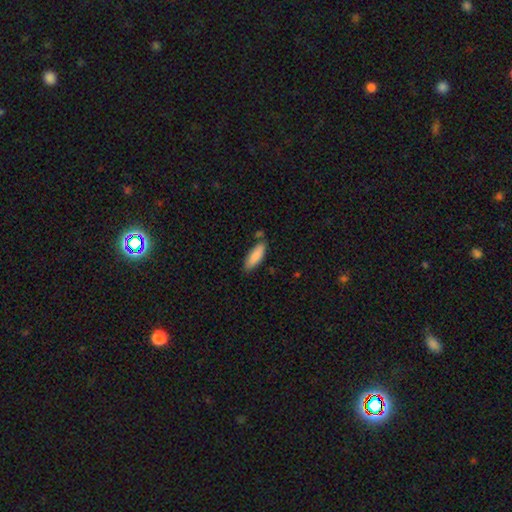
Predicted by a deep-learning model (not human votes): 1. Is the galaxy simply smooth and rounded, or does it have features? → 87% smooth, 7% featured or disk, 6% star or artifact.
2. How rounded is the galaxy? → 56% in between, 42% cigar-shaped, 2% round.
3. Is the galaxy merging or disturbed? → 75% none, 16% minor disturbance, 6% merger, 3% major disturbance.